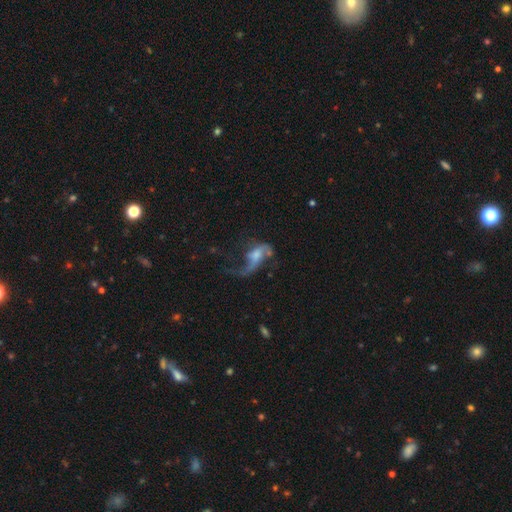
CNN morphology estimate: featured or disk 70%, smooth 20%, star or artifact 10%. Down the decision tree: edge-on disk — no (92%); bar — no (52%); spiral arms — yes (82%); spiral arm count — 2 (51%); spiral winding — loose (82%); bulge size — moderate (40%); merging — major disturbance (46%).